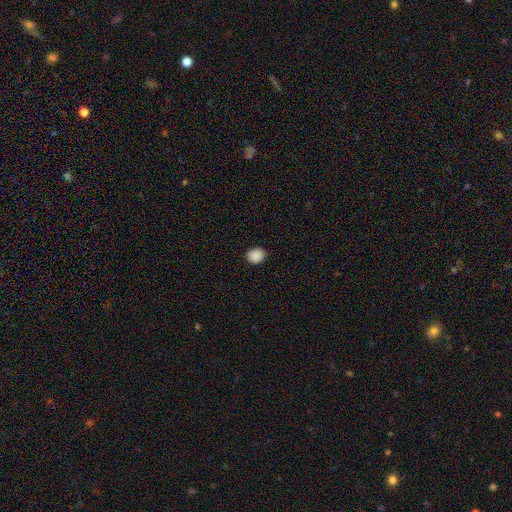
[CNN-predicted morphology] smooth-or-featured: smooth: 89% | star or artifact: 8% | featured or disk: 2%
  how-rounded: round: 61% | in between: 38% | cigar-shaped: 1%
  merging: none: 90% | minor disturbance: 7% | major disturbance: 2% | merger: 1%